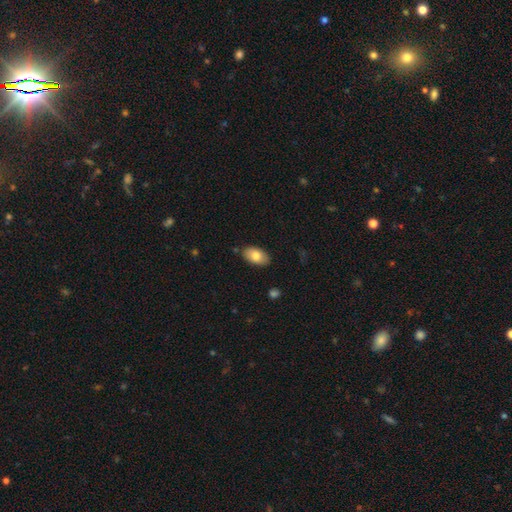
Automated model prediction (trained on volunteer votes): The model was most divided on "smooth or featured": smooth: 80%, featured or disk: 13%, star or artifact: 7%. More confident: how rounded — in between (94%); merging — none (85%).